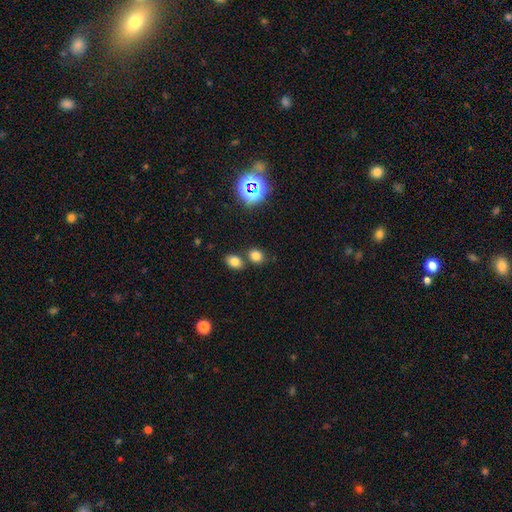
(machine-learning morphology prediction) Smooth or featured? smooth (76%)
How rounded? round (55%)
Merging? none (67%)